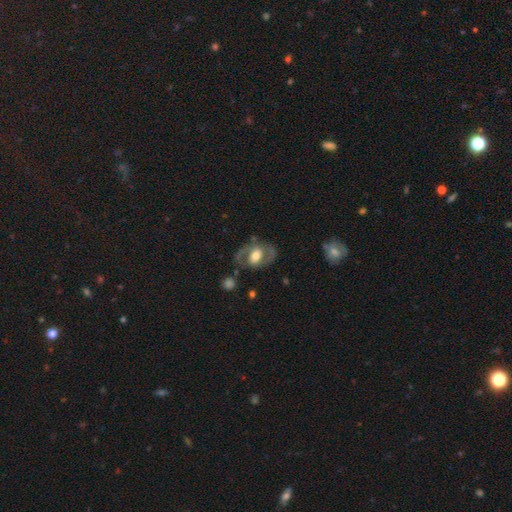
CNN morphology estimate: The model was most divided on "bar": no: 51%, weak: 33%, strong: 16%. More confident: edge-on disk — no (94%); merging — none (71%); smooth or featured — featured or disk (69%); spiral arms — yes (64%); bulge size — moderate (58%).